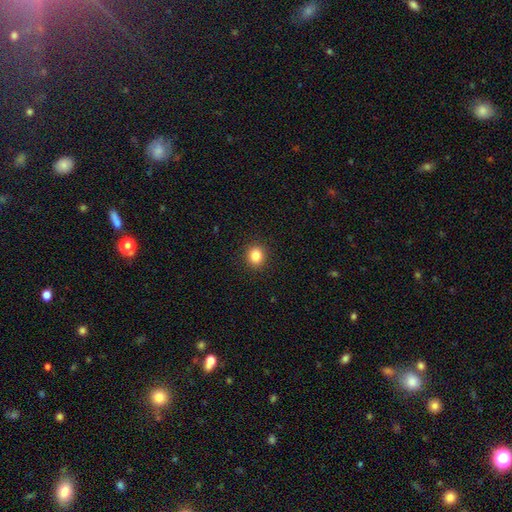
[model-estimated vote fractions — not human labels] Overall: smooth (85%). How rounded: round (76%). Merging: none (92%).